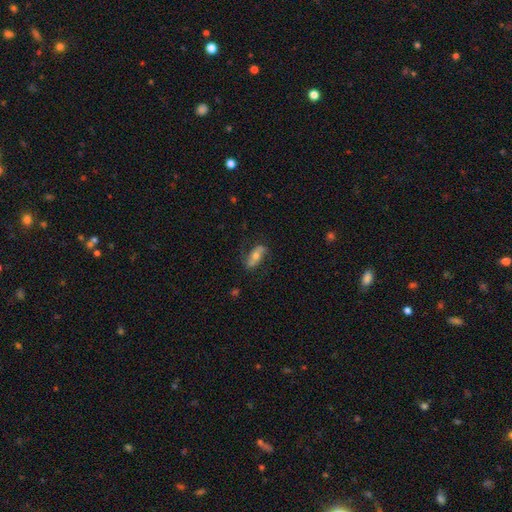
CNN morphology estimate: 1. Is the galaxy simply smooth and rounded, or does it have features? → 53% featured or disk, 38% smooth, 8% star or artifact.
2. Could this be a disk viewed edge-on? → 79% no, 21% yes.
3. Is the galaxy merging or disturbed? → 74% none, 17% minor disturbance, 7% major disturbance, 1% merger.